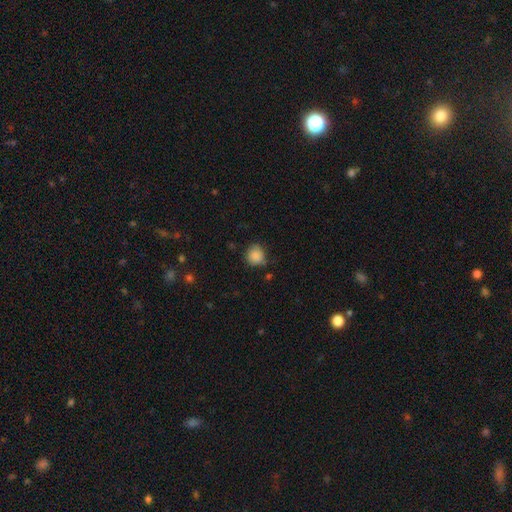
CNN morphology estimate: smooth 87%, star or artifact 9%, featured or disk 4%. Down the decision tree: how rounded — round (85%); merging — none (70%).